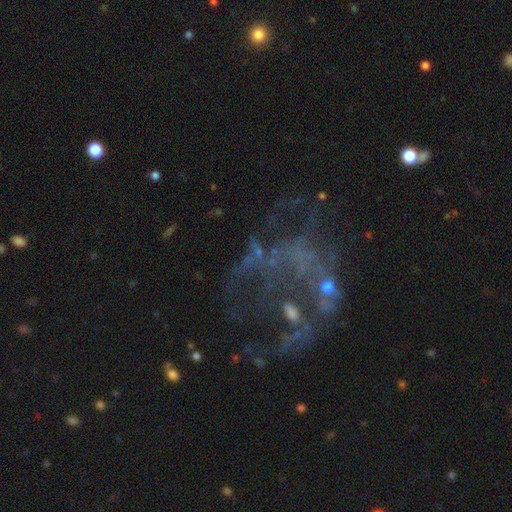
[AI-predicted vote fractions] smooth-or-featured: featured or disk: 56% | star or artifact: 28% | smooth: 15%
  disk-edge-on: no: 97% | yes: 3%
    bar: no: 86% | weak: 10% | strong: 4%
    has-spiral-arms: no: 76% | yes: 24%
    bulge-size: none: 65% | small: 22% | moderate: 9% | large: 2% | dominant: 1%
  merging: none: 41% | major disturbance: 34% | minor disturbance: 13% | merger: 12%